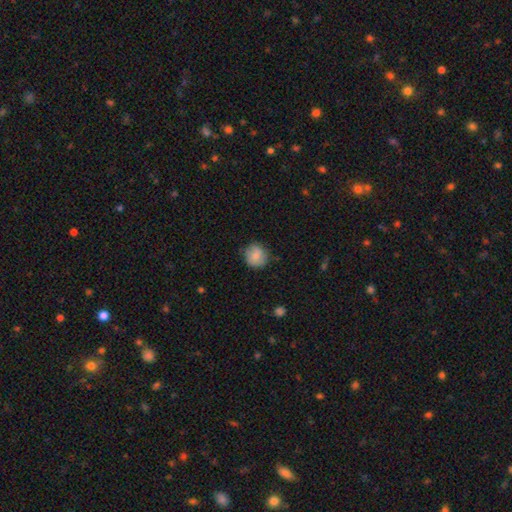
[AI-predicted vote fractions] A smooth galaxy with no disk features (83%) that is round (89%).

Vote fractions:
- Smooth or featured? smooth: 83% / featured or disk: 9% / star or artifact: 8%
- How rounded? round: 89% / in between: 10% / cigar-shaped: 1%
- Merging? none: 80% / minor disturbance: 16% / major disturbance: 3% / merger: 1%